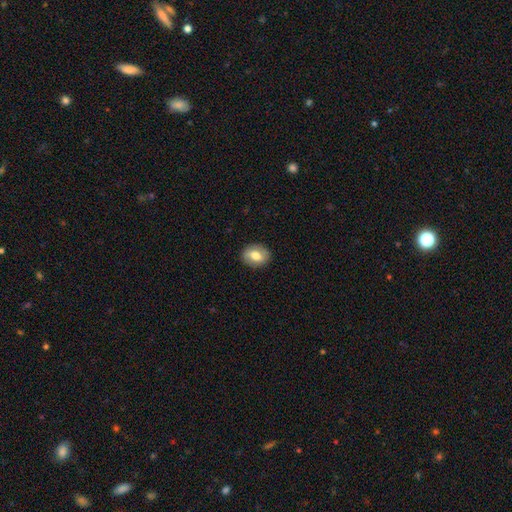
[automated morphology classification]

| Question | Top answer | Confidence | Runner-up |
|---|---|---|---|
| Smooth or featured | smooth | 69% | featured or disk (24%) |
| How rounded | in between | 54% | round (45%) |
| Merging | none | 88% | minor disturbance (9%) |